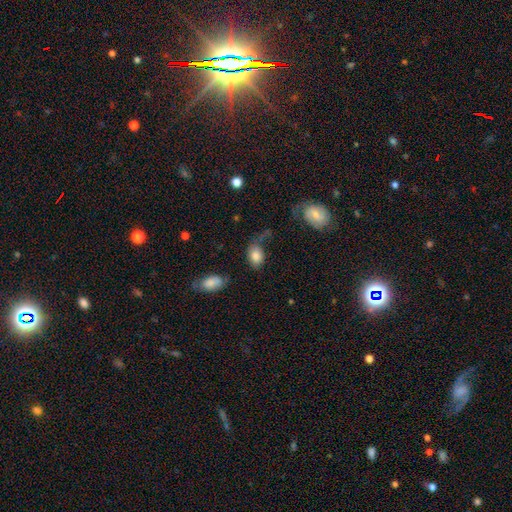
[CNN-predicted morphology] smooth_or_featured: smooth (p=0.79) [alt: featured or disk p=0.13]
how_rounded: in between (p=0.77) [alt: round p=0.21]
merging: none (p=0.36) [alt: major disturbance p=0.29]